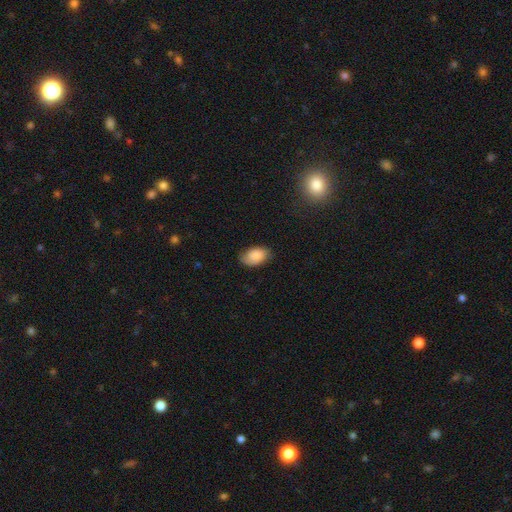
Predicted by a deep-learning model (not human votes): smooth_or_featured: smooth (p=0.81) [alt: featured or disk p=0.12]
how_rounded: in between (p=0.91) [alt: round p=0.08]
merging: none (p=0.74) [alt: minor disturbance p=0.21]